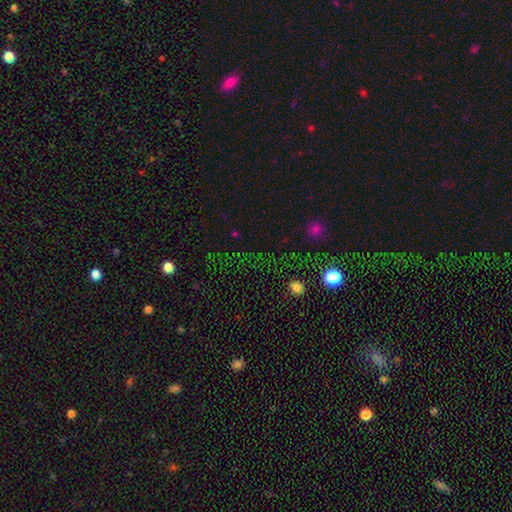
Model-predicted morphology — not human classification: A star or artifact, not a galaxy (69%).

Vote fractions:
- Smooth or featured? star or artifact: 69% / smooth: 20% / featured or disk: 11%